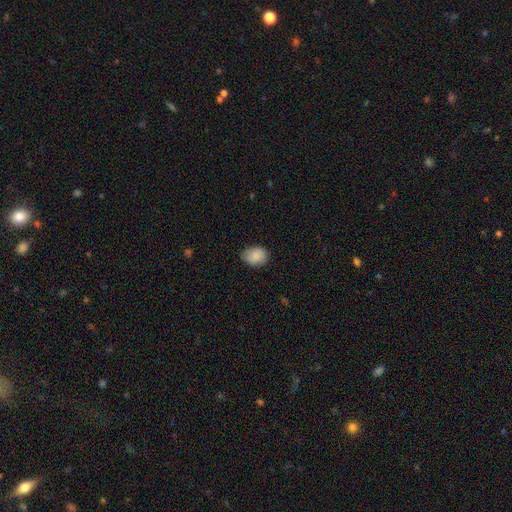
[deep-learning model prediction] This is clearly a smooth galaxy (87%). How rounded: likely in between (64%). Merging: likely none (76%).